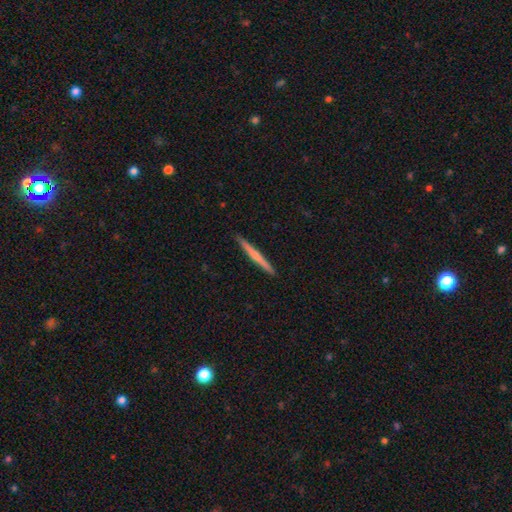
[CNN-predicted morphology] A smooth galaxy with no disk features (48%).

Vote fractions:
- Smooth or featured? smooth: 48% / featured or disk: 47% / star or artifact: 6%
- Merging? none: 92% / minor disturbance: 6% / major disturbance: 1% / merger: 1%